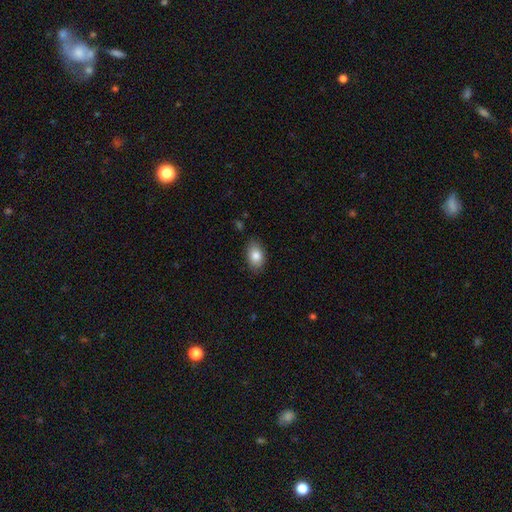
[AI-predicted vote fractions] smooth-or-featured: smooth: 84% | featured or disk: 9% | star or artifact: 7%
  how-rounded: in between: 89% | round: 9% | cigar-shaped: 1%
  merging: none: 83% | minor disturbance: 13% | major disturbance: 2% | merger: 1%